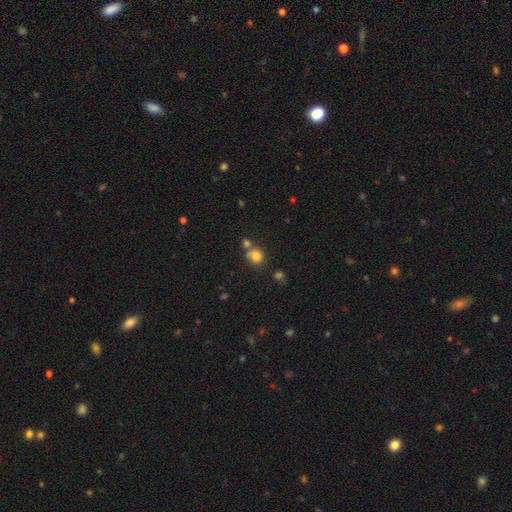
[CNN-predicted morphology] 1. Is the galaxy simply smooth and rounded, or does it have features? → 80% smooth, 12% star or artifact, 8% featured or disk.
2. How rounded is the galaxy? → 79% round, 20% in between, 1% cigar-shaped.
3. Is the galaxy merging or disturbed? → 56% none, 26% merger, 13% minor disturbance, 5% major disturbance.